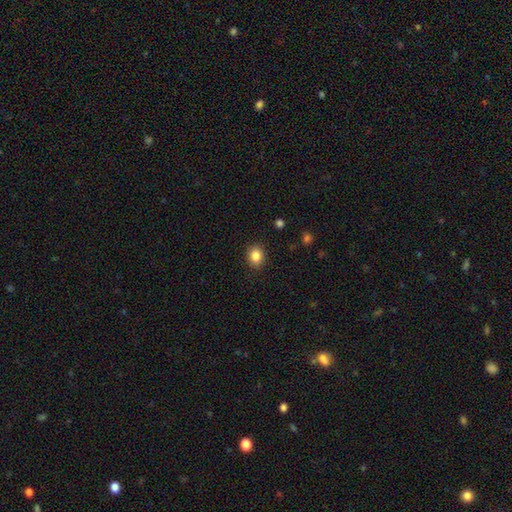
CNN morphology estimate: Q: Smooth or featured?
A: smooth (85%); runner-up: star or artifact (10%)
Q: How rounded?
A: round (52%); runner-up: in between (47%)
Q: Merging?
A: none (89%); runner-up: minor disturbance (8%)